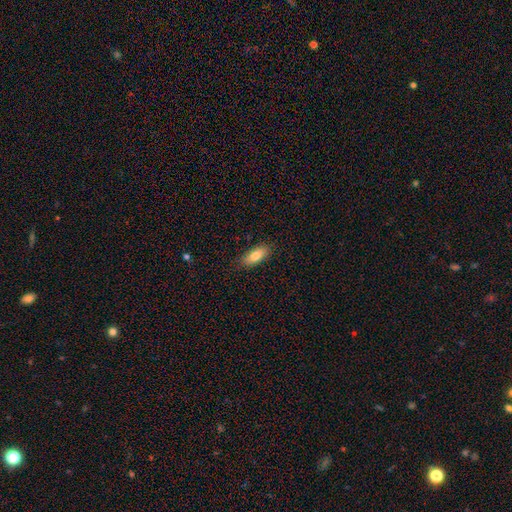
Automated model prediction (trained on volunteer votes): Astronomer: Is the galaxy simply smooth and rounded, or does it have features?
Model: smooth — 80%.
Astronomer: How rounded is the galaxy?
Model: in between — 81%.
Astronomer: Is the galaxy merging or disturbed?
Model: none — 84%.